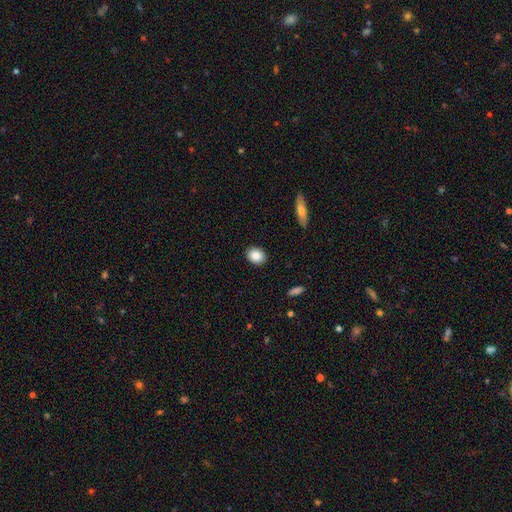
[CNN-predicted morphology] Smooth or featured?
  - smooth: 87% *
  - star or artifact: 8%
  - featured or disk: 6%
How rounded?
  - in between: 55% *
  - round: 43%
  - cigar-shaped: 1%
Merging?
  - none: 90% *
  - minor disturbance: 7%
  - major disturbance: 2%
  - merger: 1%